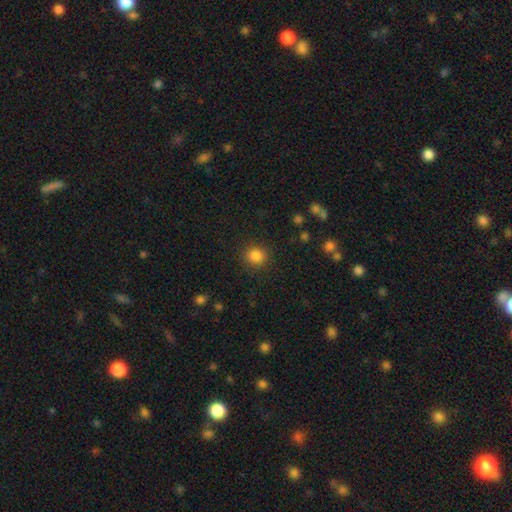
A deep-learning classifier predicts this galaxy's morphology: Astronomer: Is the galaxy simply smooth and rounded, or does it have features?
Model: smooth — 84%.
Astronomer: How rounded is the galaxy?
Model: round — 89%.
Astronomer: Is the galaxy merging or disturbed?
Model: none — 89%.